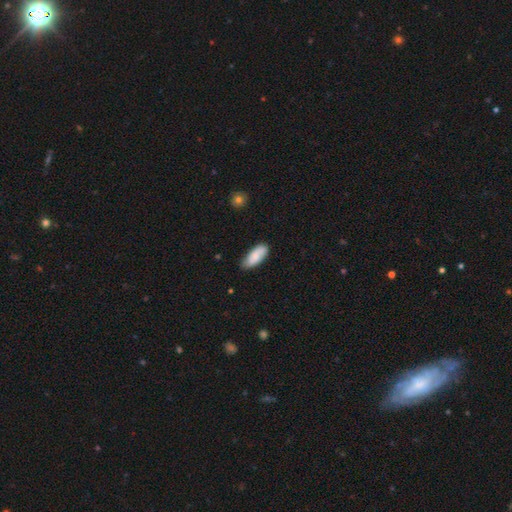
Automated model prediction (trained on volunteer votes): A smooth galaxy with no disk features (72%) that is in between round and cigar-shaped (83%). Merging: none (75%).